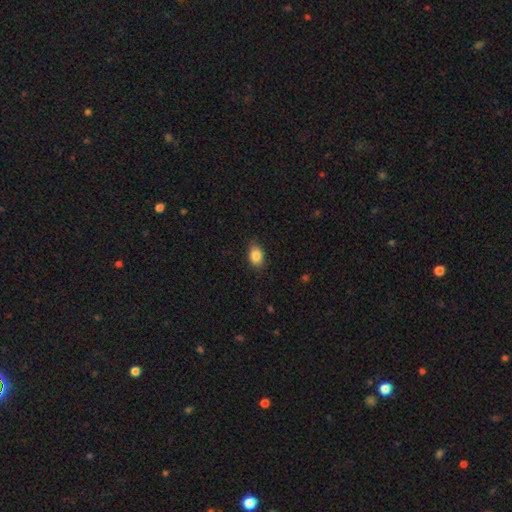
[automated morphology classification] This is clearly a smooth galaxy (88%). How rounded: clearly in between (80%). Merging: clearly none (83%).